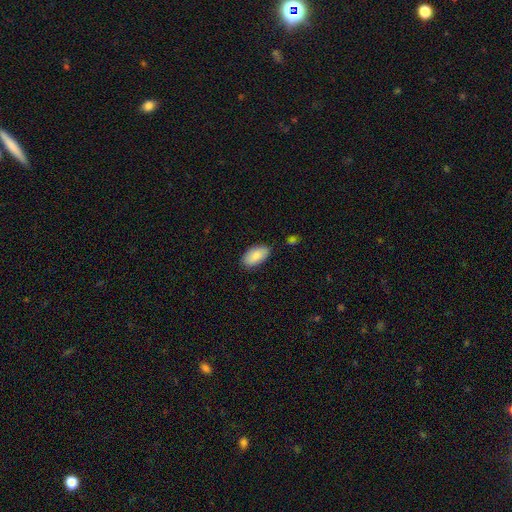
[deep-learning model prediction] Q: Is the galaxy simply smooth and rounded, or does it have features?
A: smooth — 86%.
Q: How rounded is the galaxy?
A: in between — 95%.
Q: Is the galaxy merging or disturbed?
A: none — 82%.